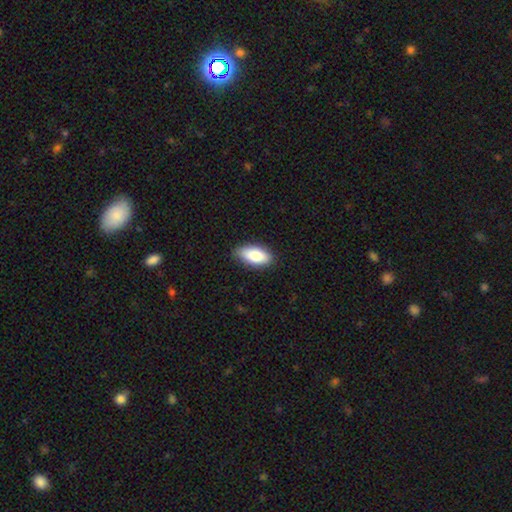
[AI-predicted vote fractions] smooth-or-featured: smooth: 82% | featured or disk: 12% | star or artifact: 6%
  how-rounded: in between: 90% | cigar-shaped: 7% | round: 3%
  merging: none: 84% | minor disturbance: 13% | major disturbance: 2% | merger: 1%